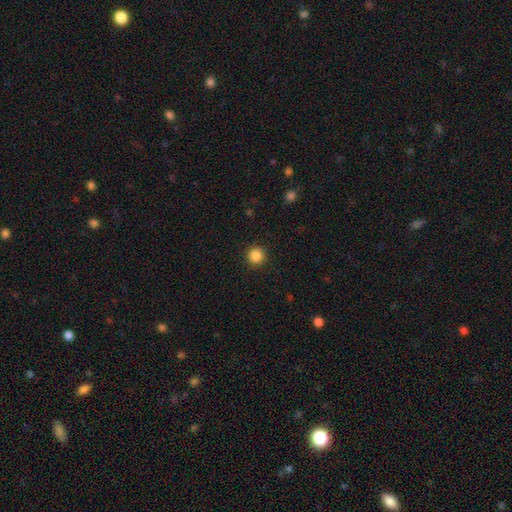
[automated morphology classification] A smooth galaxy with no disk features (86%) that is round (95%).

Vote fractions:
- Smooth or featured? smooth: 86% / star or artifact: 10% / featured or disk: 3%
- How rounded? round: 95% / in between: 4% / cigar-shaped: 1%
- Merging? none: 92% / minor disturbance: 5% / major disturbance: 2% / merger: 1%